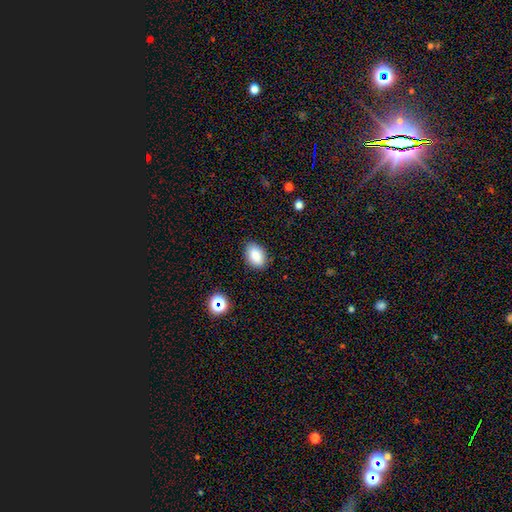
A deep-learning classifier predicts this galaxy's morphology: type=smooth (86%); roundness=in between (88%); merging=none (85%).